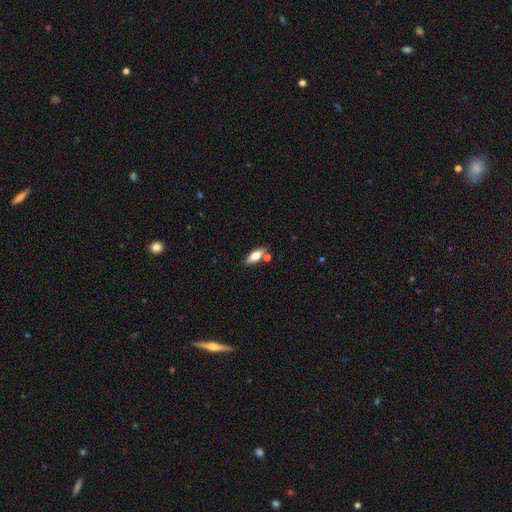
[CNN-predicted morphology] Smooth or featured? smooth (66%)
How rounded? in between (76%)
Merging? none (73%)